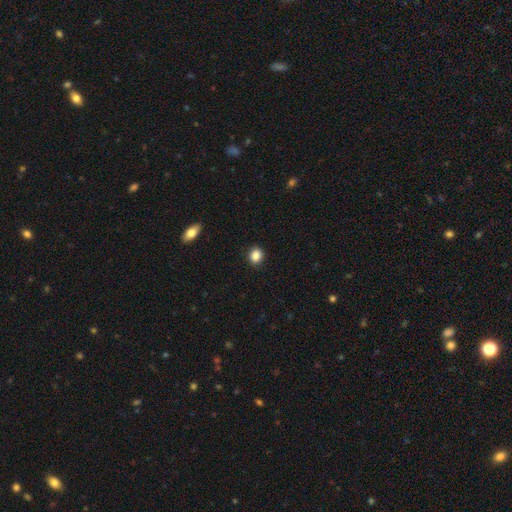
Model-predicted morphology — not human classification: Smooth or featured?
  - smooth: 86% *
  - star or artifact: 10%
  - featured or disk: 4%
How rounded?
  - round: 70% *
  - in between: 29%
  - cigar-shaped: 1%
Merging?
  - none: 90% *
  - minor disturbance: 7%
  - major disturbance: 2%
  - merger: 1%